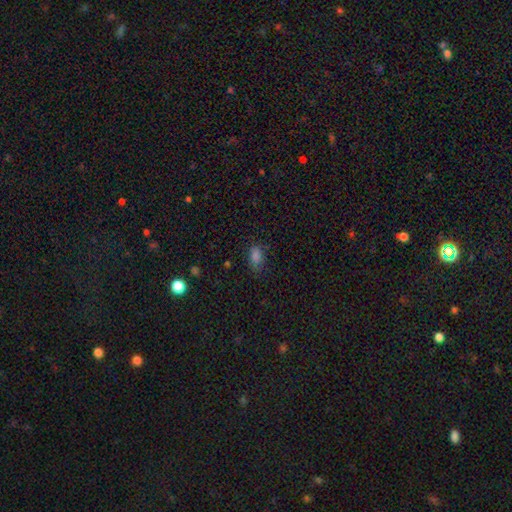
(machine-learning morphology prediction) Smooth or featured? Predicted: smooth (p=0.76). How rounded? Predicted: in between (p=0.84). Merging? Predicted: none (p=0.74).